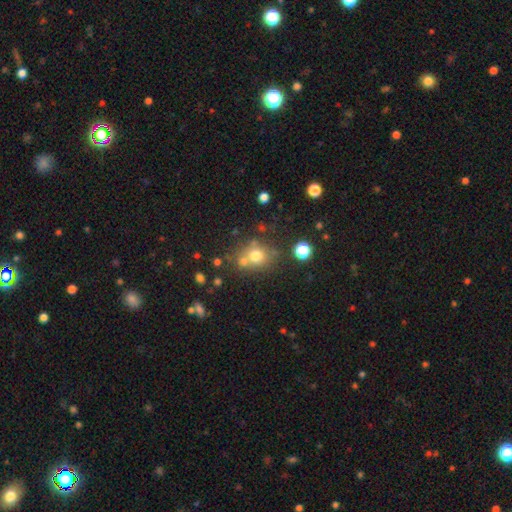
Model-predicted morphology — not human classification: smooth 70%, star or artifact 16%, featured or disk 15%. Down the decision tree: how rounded — round (77%); merging — none (57%).